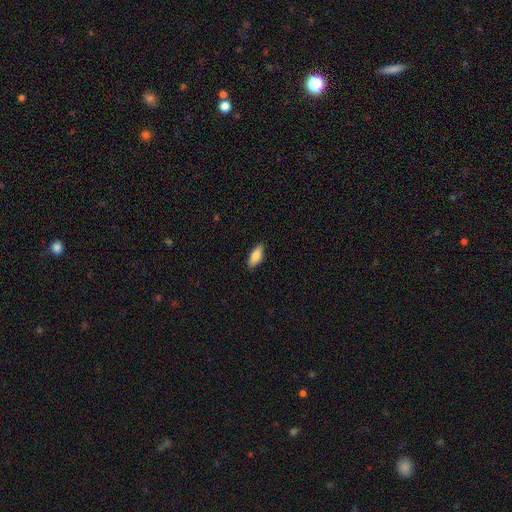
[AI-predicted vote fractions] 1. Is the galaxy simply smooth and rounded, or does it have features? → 85% smooth, 9% featured or disk, 6% star or artifact.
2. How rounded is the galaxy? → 76% in between, 22% cigar-shaped, 2% round.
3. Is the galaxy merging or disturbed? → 88% none, 9% minor disturbance, 2% major disturbance, 1% merger.